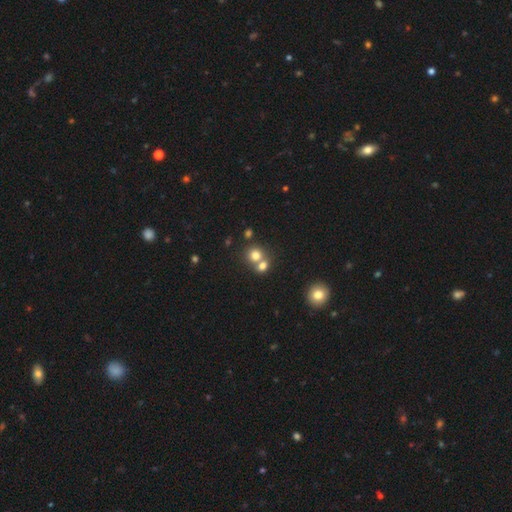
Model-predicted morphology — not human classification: Q: Smooth or featured?
A: smooth (77%); runner-up: star or artifact (13%)
Q: How rounded?
A: round (82%); runner-up: in between (17%)
Q: Merging?
A: merger (49%); runner-up: none (43%)